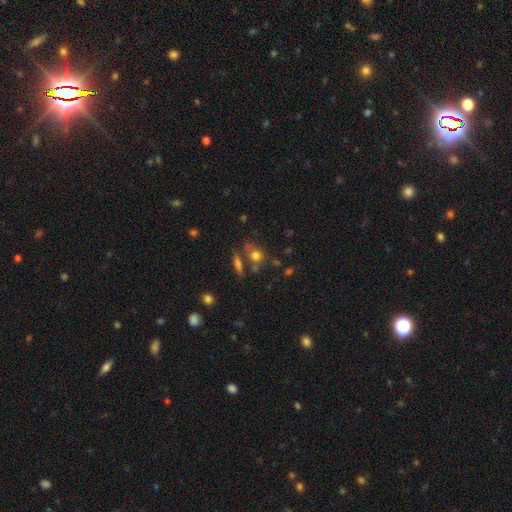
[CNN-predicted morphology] A smooth galaxy with no disk features (71%) that is round (64%). Merging: none (54%).